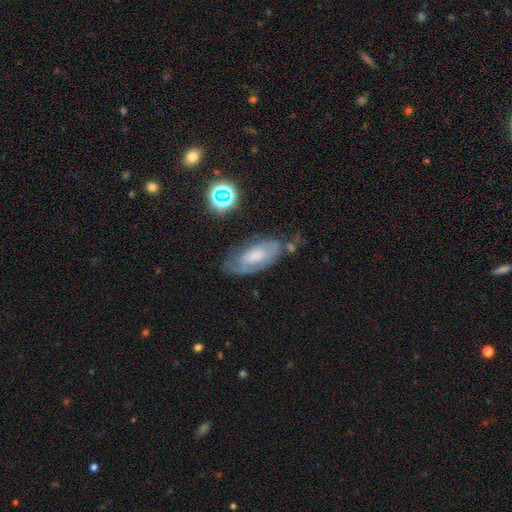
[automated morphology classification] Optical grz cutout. It shows a featured or disk galaxy (47%). Merging: none (58%).